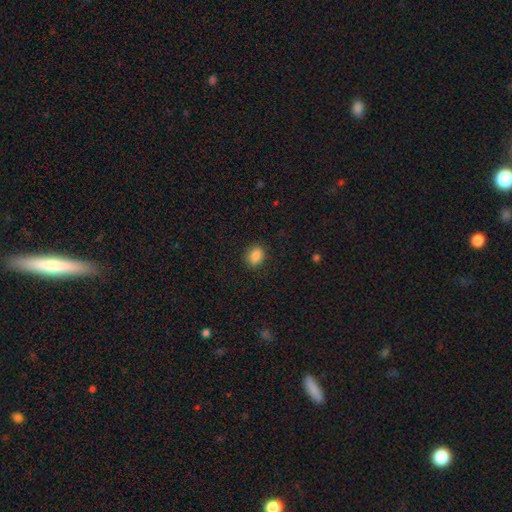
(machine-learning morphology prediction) A smooth galaxy with no disk features (86%) that is in between round and cigar-shaped (53%). Merging: none (86%).